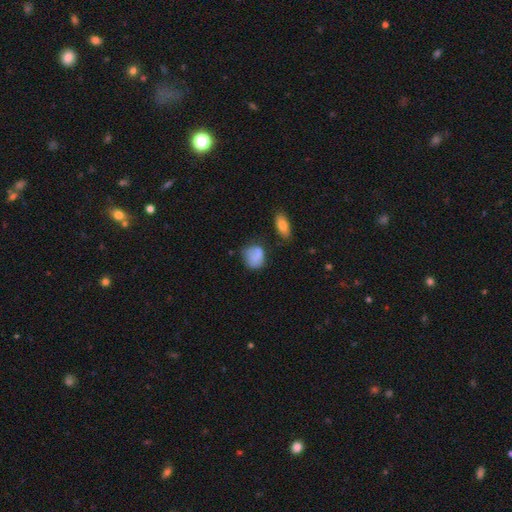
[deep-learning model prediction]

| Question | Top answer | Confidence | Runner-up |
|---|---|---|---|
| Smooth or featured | smooth | 78% | featured or disk (14%) |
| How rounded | round | 60% | in between (39%) |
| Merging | none | 52% | minor disturbance (29%) |